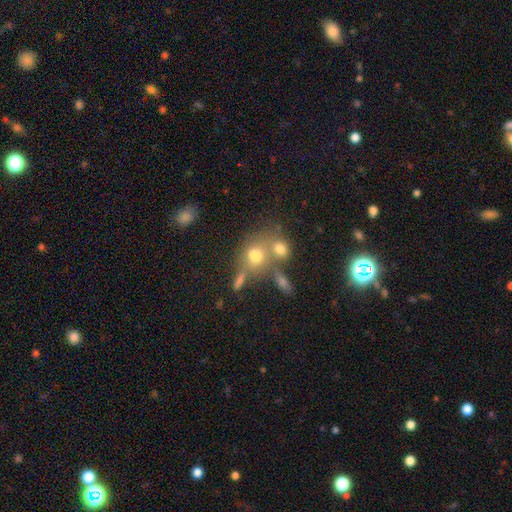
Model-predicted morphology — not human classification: type=smooth (67%); roundness=round (55%); merging=merger (44%).